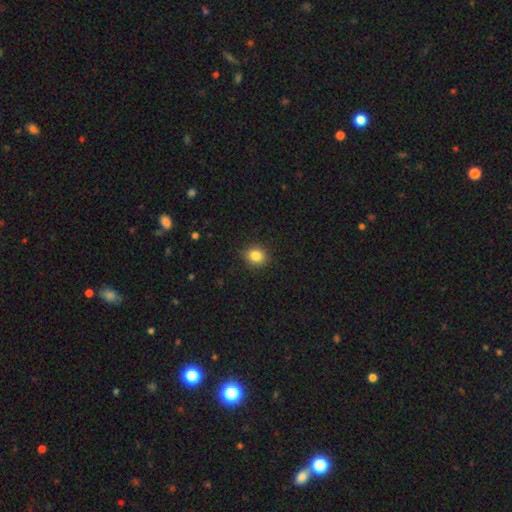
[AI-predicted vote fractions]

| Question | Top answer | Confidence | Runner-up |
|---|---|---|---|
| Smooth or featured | smooth | 84% | star or artifact (11%) |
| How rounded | round | 74% | in between (25%) |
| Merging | none | 89% | minor disturbance (8%) |